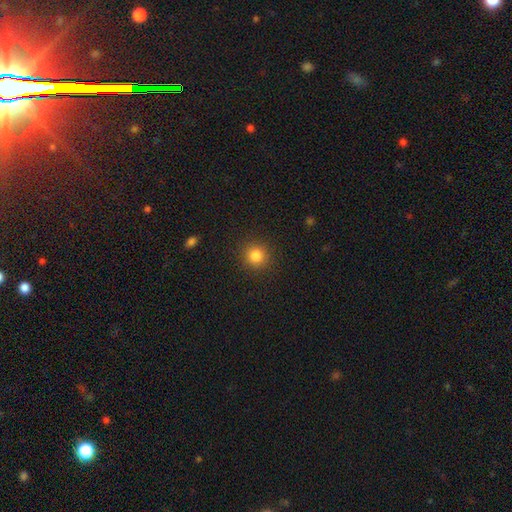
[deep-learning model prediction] A smooth galaxy with no disk features (83%) that is round (93%).

Vote fractions:
- Smooth or featured? smooth: 83% / star or artifact: 12% / featured or disk: 5%
- How rounded? round: 93% / in between: 6% / cigar-shaped: 1%
- Merging? none: 91% / minor disturbance: 6% / major disturbance: 2% / merger: 1%